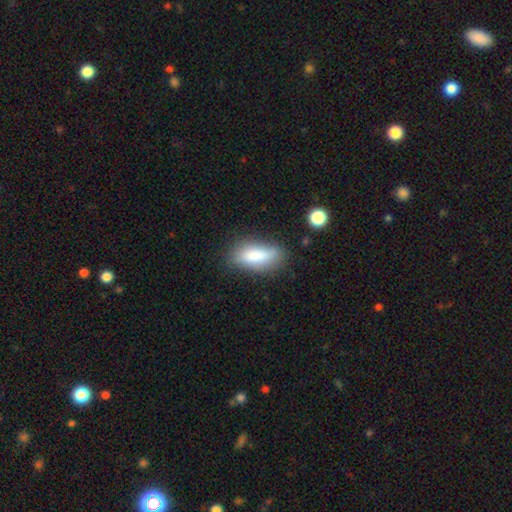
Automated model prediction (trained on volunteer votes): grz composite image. It shows a smooth galaxy with no disk features (80%) that is in between round and cigar-shaped (73%). Merging: none (71%).